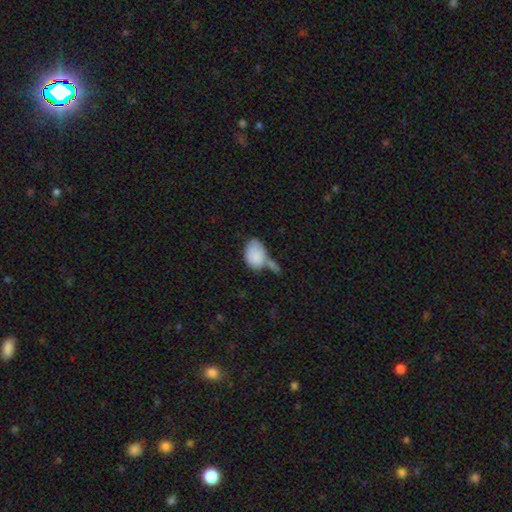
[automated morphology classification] Smooth or featured: smooth — 84% (featured or disk — 9%)
How rounded: in between — 86% (round — 13%)
Merging: merger — 33% (tied with none — 33%)